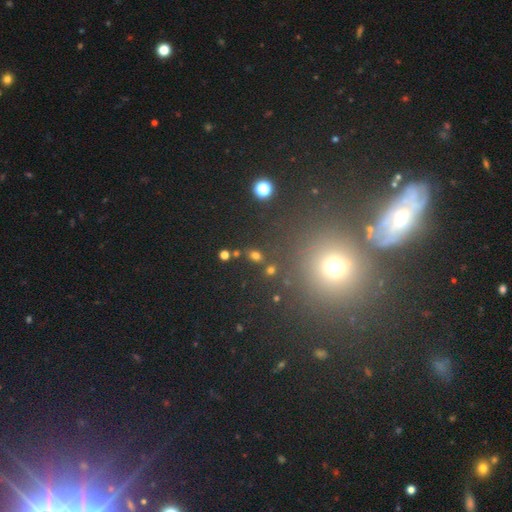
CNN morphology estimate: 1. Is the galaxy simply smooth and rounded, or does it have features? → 71% smooth, 21% star or artifact, 7% featured or disk.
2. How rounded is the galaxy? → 65% in between, 32% round, 3% cigar-shaped.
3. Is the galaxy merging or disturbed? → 78% none, 10% minor disturbance, 8% merger, 4% major disturbance.